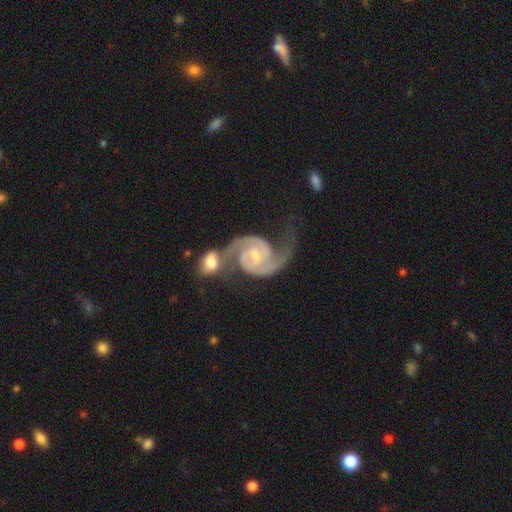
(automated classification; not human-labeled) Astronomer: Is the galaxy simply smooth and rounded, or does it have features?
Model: featured or disk — 92%.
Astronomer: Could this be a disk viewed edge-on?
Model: no — 98%.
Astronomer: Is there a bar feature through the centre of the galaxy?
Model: weak — 46% (runner-up: no, 39%).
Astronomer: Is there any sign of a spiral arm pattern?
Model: yes — 98%.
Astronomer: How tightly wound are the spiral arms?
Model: medium — 54%.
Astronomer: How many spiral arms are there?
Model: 2 — 93%.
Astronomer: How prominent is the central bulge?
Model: small — 51% (runner-up: moderate, 38%).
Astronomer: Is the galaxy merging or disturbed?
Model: merger — 47% (runner-up: none, 31%).